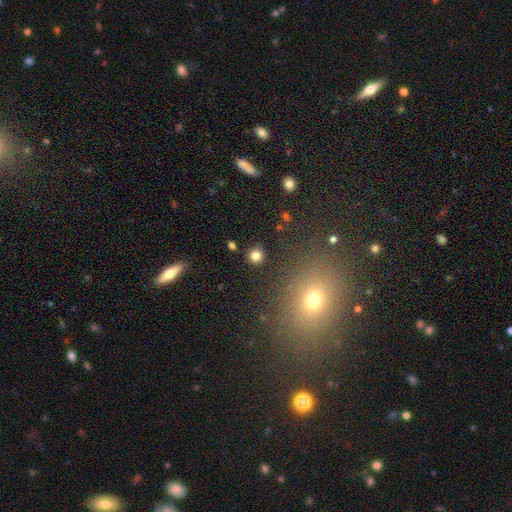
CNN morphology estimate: Smooth or featured? Predicted: smooth (p=0.82). How rounded? Predicted: round (p=0.89). Merging? Predicted: none (p=0.90).